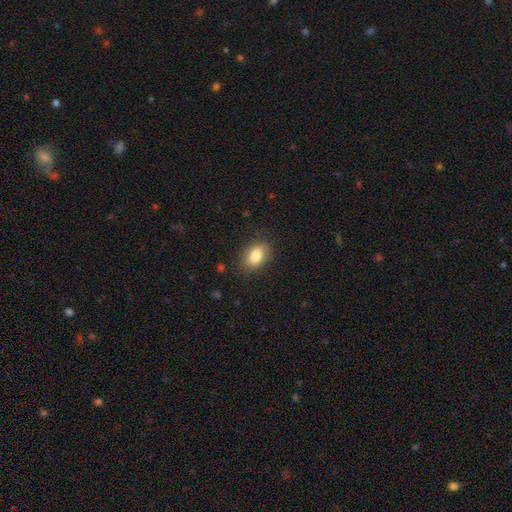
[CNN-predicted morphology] Smooth or featured? smooth (84%)
How rounded? in between (87%)
Merging? none (84%)